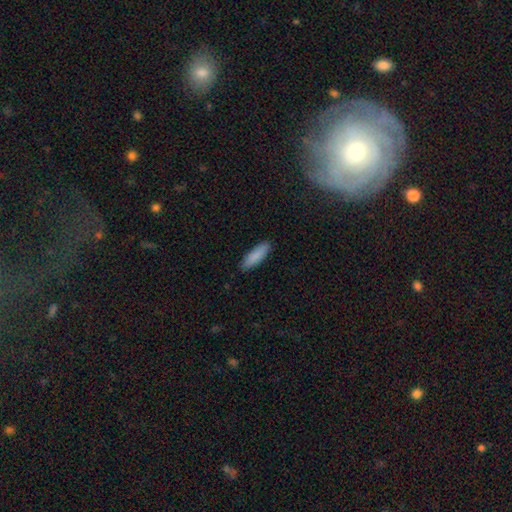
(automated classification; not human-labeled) This appears to be a smooth galaxy with no disk features (88%) that is cigar-shaped (54%). Merging: none (88%).